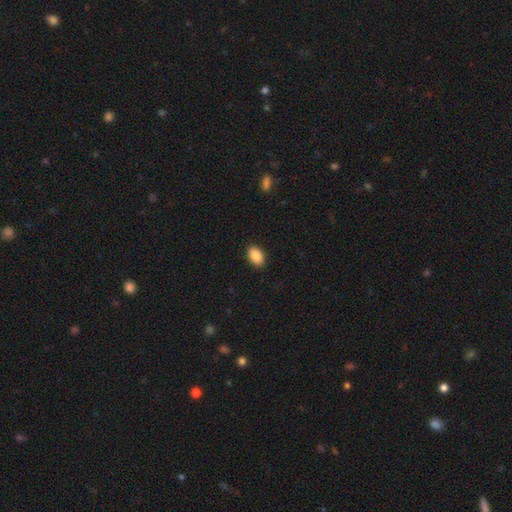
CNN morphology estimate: This appears to be a smooth galaxy with no disk features (89%) that is in between round and cigar-shaped (90%). Merging: none (90%).